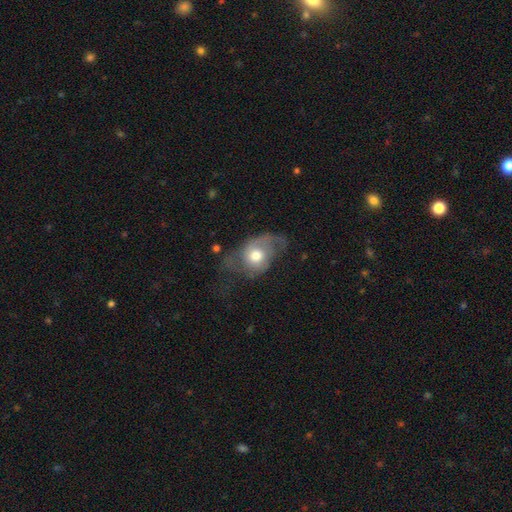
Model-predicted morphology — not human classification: Smooth or featured: featured or disk — 47% (smooth — 46%)
Merging: major disturbance — 41% (none — 31%)